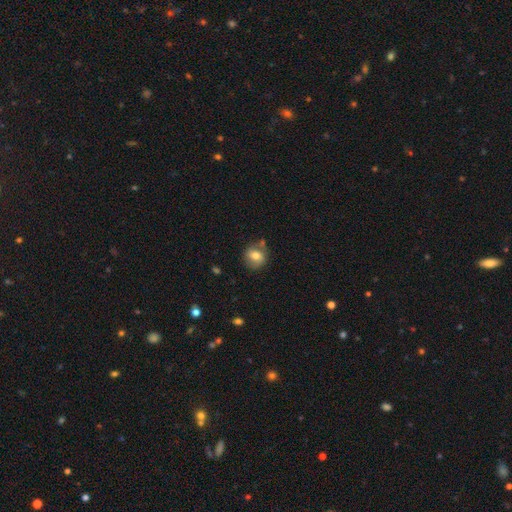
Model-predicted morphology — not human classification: Q: Smooth or featured?
A: smooth (73%); runner-up: featured or disk (18%)
Q: How rounded?
A: round (76%); runner-up: in between (23%)
Q: Merging?
A: none (68%); runner-up: minor disturbance (17%)